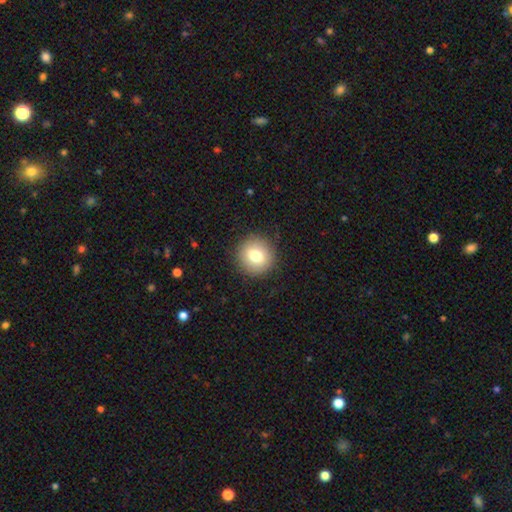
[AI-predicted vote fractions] smooth-or-featured: smooth: 78% | featured or disk: 13% | star or artifact: 9%
  how-rounded: round: 93% | in between: 6% | cigar-shaped: 1%
  merging: none: 90% | minor disturbance: 6% | major disturbance: 2% | merger: 1%